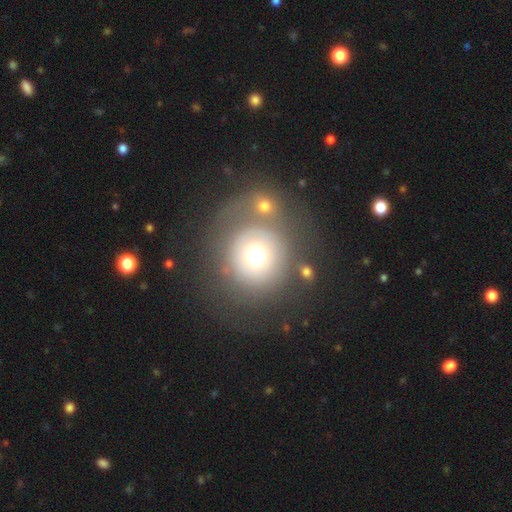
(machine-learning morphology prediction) Q: Smooth or featured?
A: smooth (65%); runner-up: featured or disk (23%)
Q: How rounded?
A: round (91%); runner-up: in between (8%)
Q: Merging?
A: none (50%); runner-up: merger (23%)